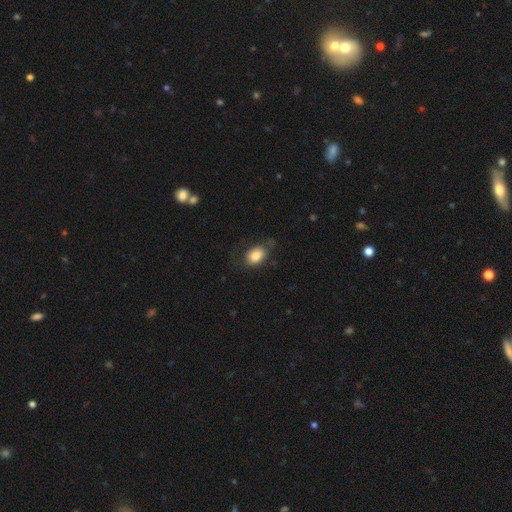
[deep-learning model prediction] smooth 79%, featured or disk 13%, star or artifact 8%. Down the decision tree: how rounded — in between (76%); merging — none (61%).